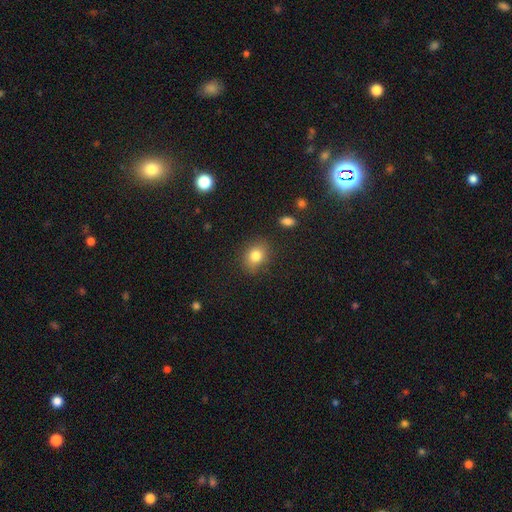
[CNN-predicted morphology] smooth 81%, star or artifact 10%, featured or disk 8%. Down the decision tree: how rounded — in between (53%); merging — none (84%).